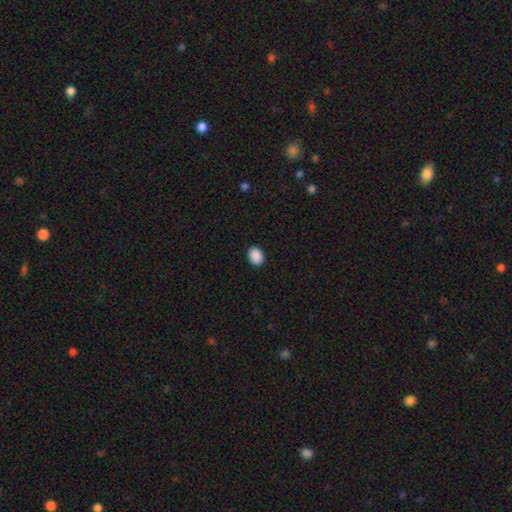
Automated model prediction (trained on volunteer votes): Smooth or featured? smooth (90%)
How rounded? in between (72%)
Merging? none (90%)